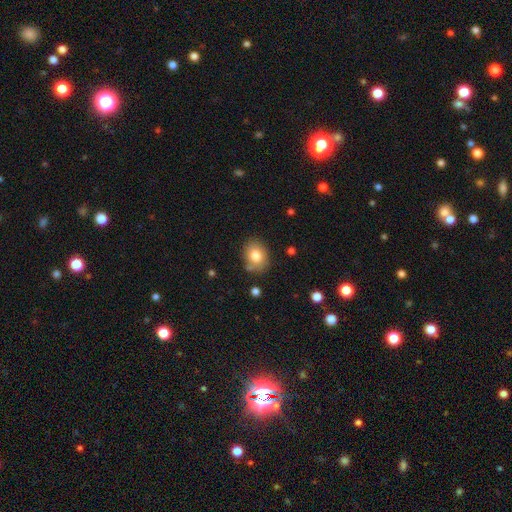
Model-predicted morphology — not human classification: This is likely a smooth galaxy (80%). How rounded: possibly in between (53%). Merging: likely none (78%).